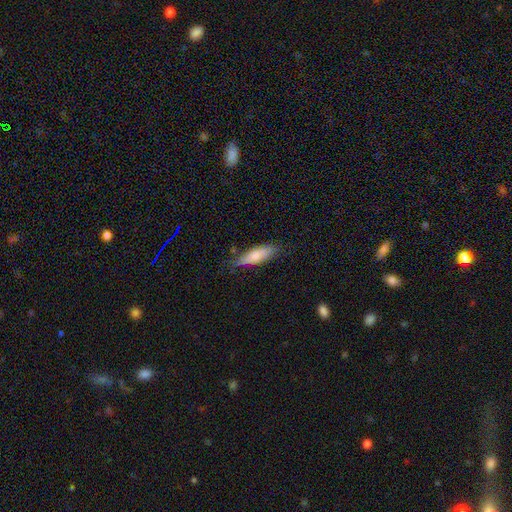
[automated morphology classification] A smooth galaxy with no disk features (73%) that is in between round and cigar-shaped (50%). Merging: none (72%).